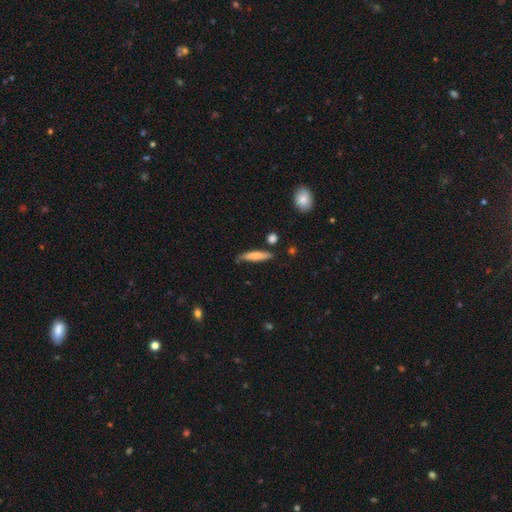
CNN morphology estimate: smooth_or_featured: smooth (p=0.70) [alt: featured or disk p=0.24]
how_rounded: cigar-shaped (p=0.84) [alt: in between p=0.15]
merging: none (p=0.69) [alt: minor disturbance p=0.23]